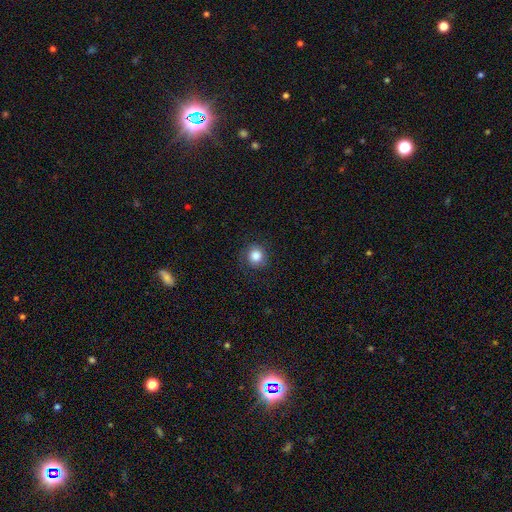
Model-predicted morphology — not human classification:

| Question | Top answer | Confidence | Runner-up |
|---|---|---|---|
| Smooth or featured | smooth | 84% | star or artifact (10%) |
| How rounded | round | 92% | in between (7%) |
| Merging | none | 85% | minor disturbance (10%) |